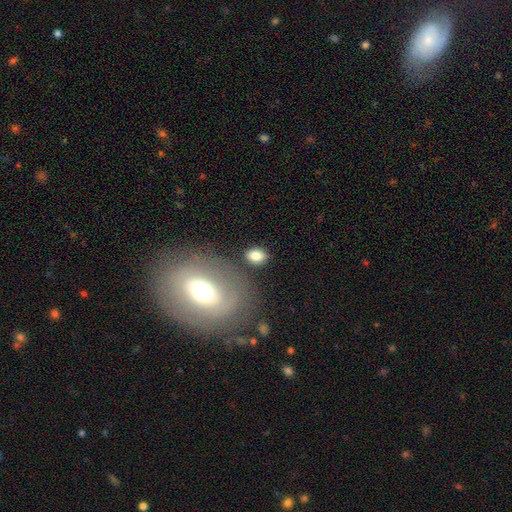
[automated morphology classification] Overall: smooth (78%). How rounded: in between (71%). Merging: none (78%).